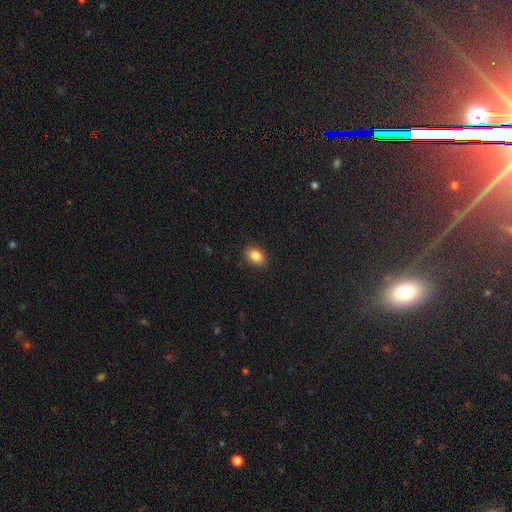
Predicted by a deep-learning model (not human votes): Smooth or featured: smooth — 85% (star or artifact — 9%)
How rounded: in between — 80% (round — 18%)
Merging: none — 89% (minor disturbance — 8%)